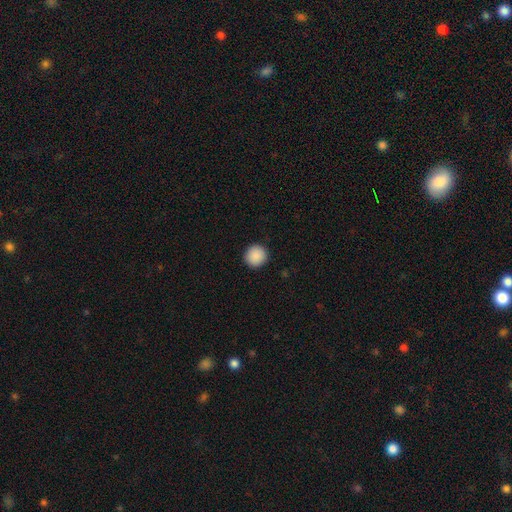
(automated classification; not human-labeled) Smooth or featured? smooth (90%)
How rounded? round (94%)
Merging? none (93%)